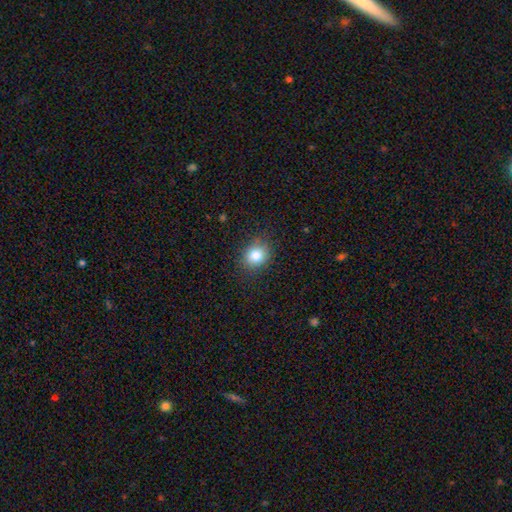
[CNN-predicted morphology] type=smooth (82%); roundness=round (71%); merging=none (85%).